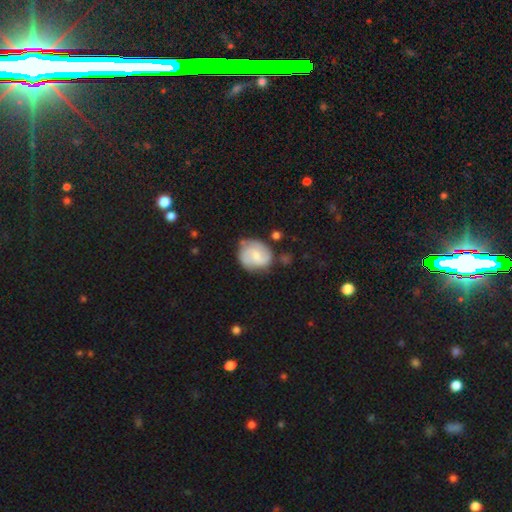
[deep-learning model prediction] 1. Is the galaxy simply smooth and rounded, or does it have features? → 57% featured or disk, 36% smooth, 6% star or artifact.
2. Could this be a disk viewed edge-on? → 98% no, 2% yes.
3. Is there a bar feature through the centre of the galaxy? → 49% weak, 42% no, 9% strong.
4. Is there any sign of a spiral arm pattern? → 89% yes, 11% no.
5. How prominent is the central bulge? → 55% small, 30% moderate, 11% none, 3% large, 1% dominant.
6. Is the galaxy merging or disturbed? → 65% none, 22% minor disturbance, 7% major disturbance, 5% merger.